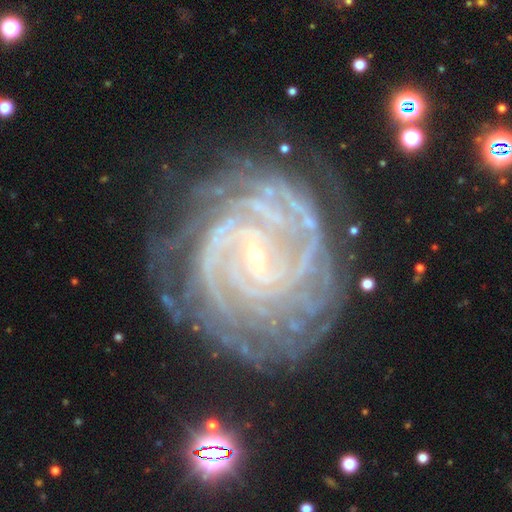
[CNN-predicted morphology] This appears to be a featured or disk galaxy (92%) with a weak bar (46%), 4 (23%) tight (79%) spiral arms (98%) and a small central bulge (84%). Merging: none (74%).